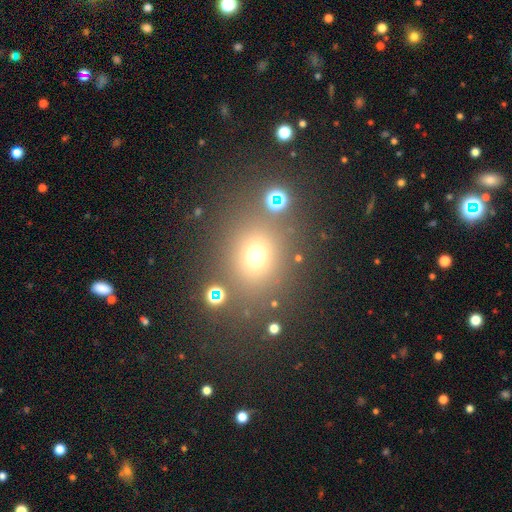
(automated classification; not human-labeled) This is likely a smooth galaxy (63%). How rounded: likely round (76%). Merging: likely none (77%).